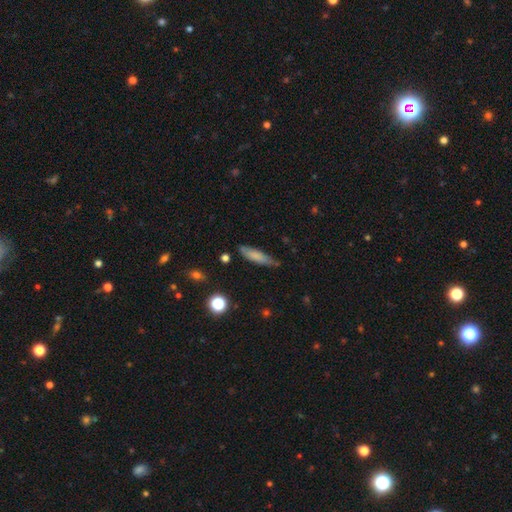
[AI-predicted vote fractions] Smooth or featured: smooth — 76% (featured or disk — 17%)
How rounded: cigar-shaped — 70% (in between — 28%)
Merging: none — 73% (minor disturbance — 21%)